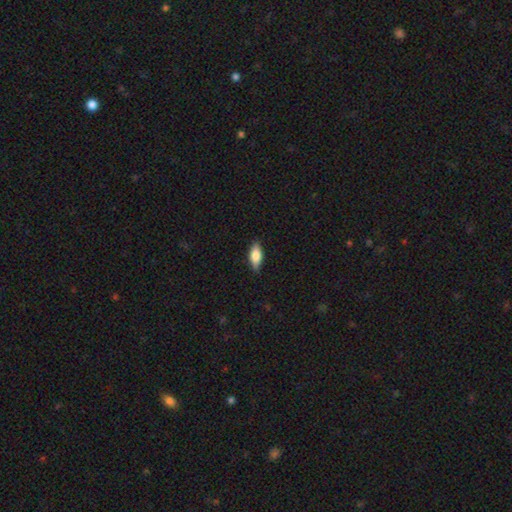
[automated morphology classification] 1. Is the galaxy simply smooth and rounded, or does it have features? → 75% smooth, 19% featured or disk, 7% star or artifact.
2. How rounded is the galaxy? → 79% in between, 18% cigar-shaped, 3% round.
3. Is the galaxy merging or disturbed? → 85% none, 12% minor disturbance, 2% major disturbance, 1% merger.